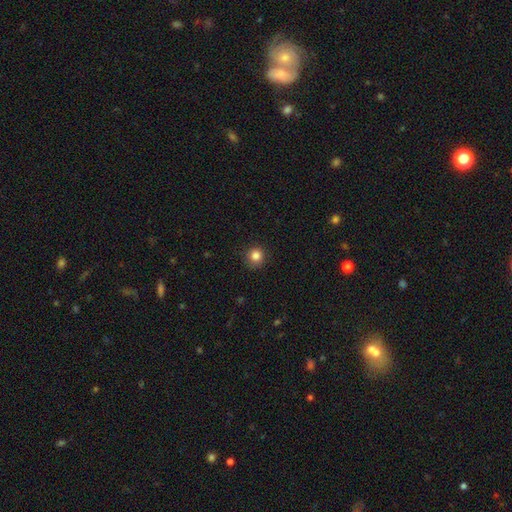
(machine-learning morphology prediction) This is clearly a smooth galaxy (84%). How rounded: clearly round (92%). Merging: clearly none (86%).